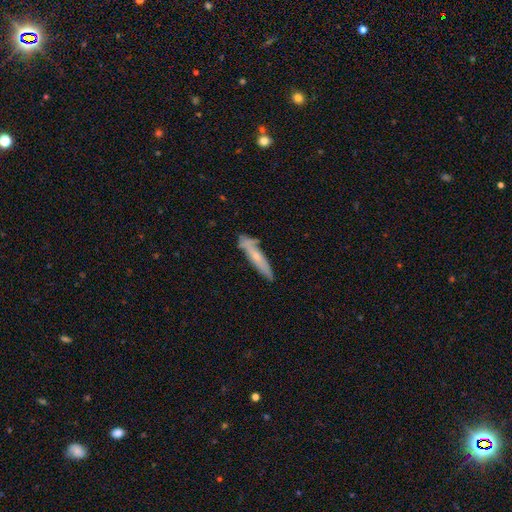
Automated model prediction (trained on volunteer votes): Smooth or featured?
  - smooth: 50% *
  - featured or disk: 43%
  - star or artifact: 7%
How rounded?
  - cigar-shaped: 88% *
  - in between: 11%
  - round: 2%
Merging?
  - none: 68% *
  - minor disturbance: 23%
  - major disturbance: 5%
  - merger: 4%